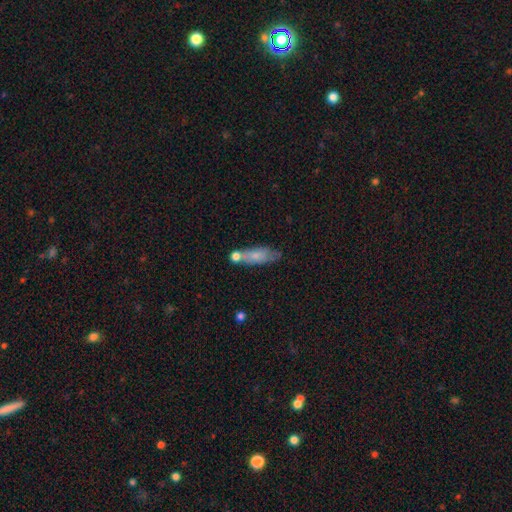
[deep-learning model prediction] A smooth galaxy with no disk features (68%) that is in between round and cigar-shaped (55%). Merging: none (51%).